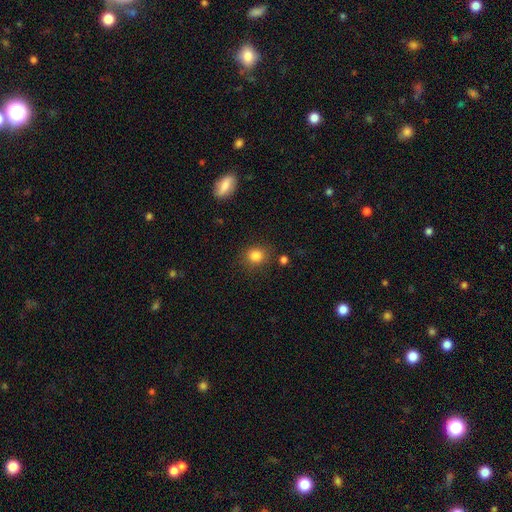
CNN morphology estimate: This appears to be a smooth galaxy with no disk features (84%) that is round (76%). Merging: none (79%).